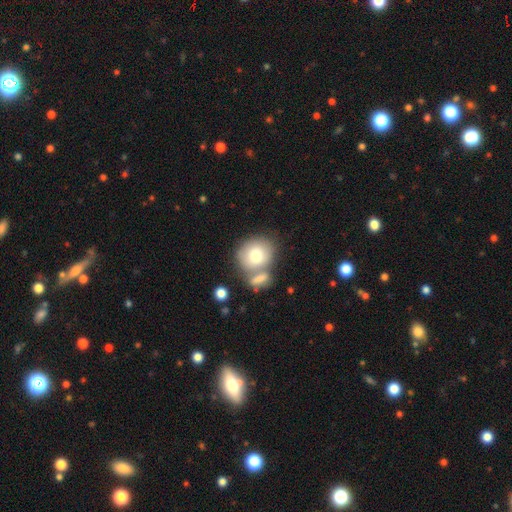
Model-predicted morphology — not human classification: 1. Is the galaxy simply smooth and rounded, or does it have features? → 75% smooth, 18% featured or disk, 8% star or artifact.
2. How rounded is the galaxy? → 75% round, 24% in between, 1% cigar-shaped.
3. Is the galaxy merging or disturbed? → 47% none, 36% merger, 12% minor disturbance, 5% major disturbance.